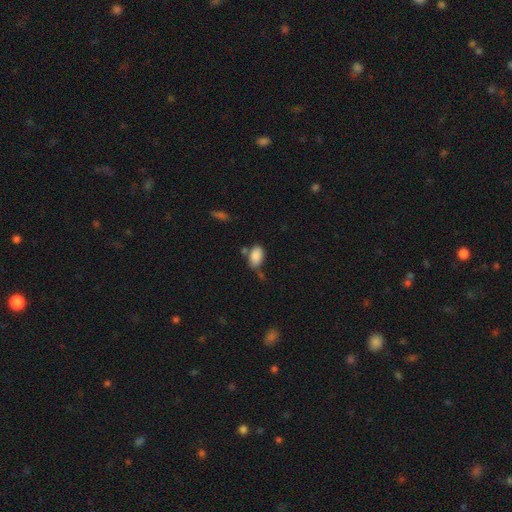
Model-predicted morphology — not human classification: smooth_or_featured: smooth (p=0.87) [alt: star or artifact p=0.08]
how_rounded: in between (p=0.92) [alt: round p=0.07]
merging: none (p=0.60) [alt: minor disturbance p=0.21]